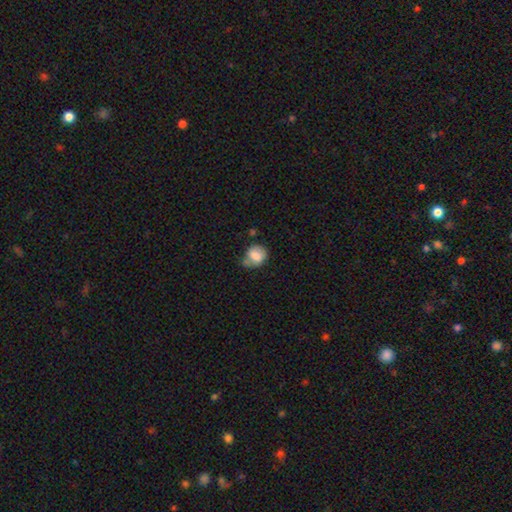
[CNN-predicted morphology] A smooth galaxy with no disk features (71%) that is round (62%). Merging: none (44%).